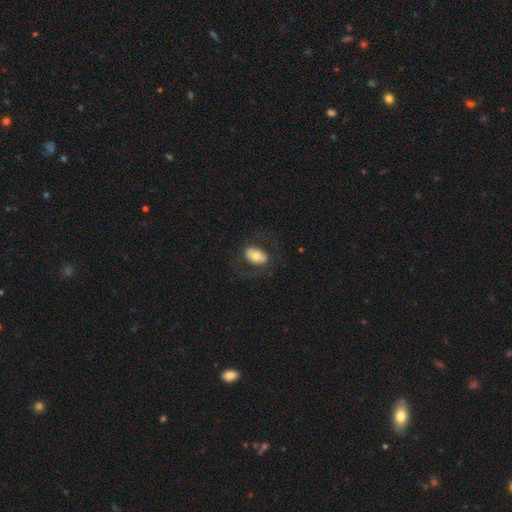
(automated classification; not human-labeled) smooth 57%, featured or disk 37%, star or artifact 7%. Down the decision tree: how rounded — in between (86%); merging — none (71%).